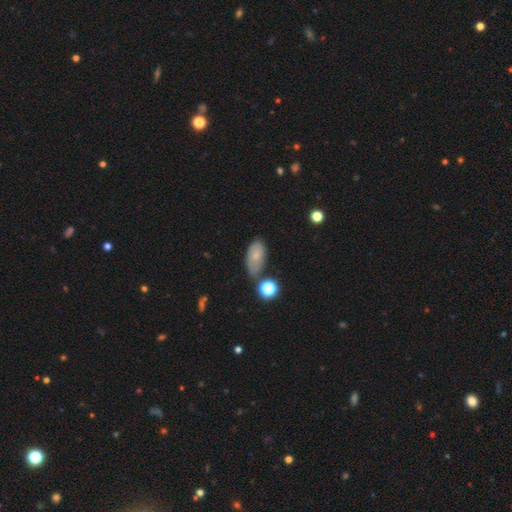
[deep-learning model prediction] Q: Smooth or featured?
A: smooth (71%); runner-up: featured or disk (19%)
Q: How rounded?
A: in between (91%); runner-up: round (6%)
Q: Merging?
A: none (57%); runner-up: minor disturbance (27%)